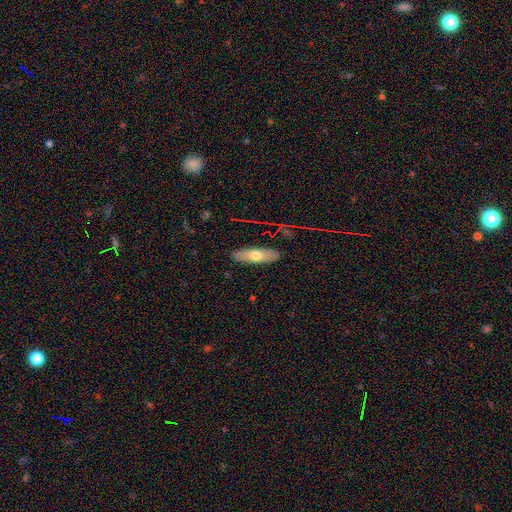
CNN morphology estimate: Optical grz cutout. It shows a smooth galaxy with no disk features (57%) that is cigar-shaped (53%). Merging: none (87%).